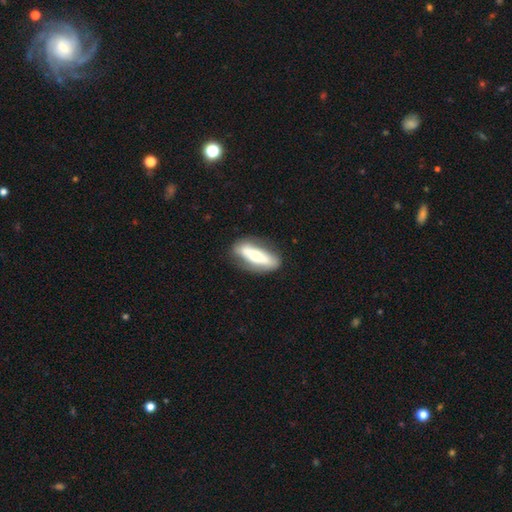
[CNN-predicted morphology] The model was most divided on "smooth or featured": smooth: 53%, featured or disk: 41%, star or artifact: 6%. More confident: merging — none (77%); how rounded — in between (62%).